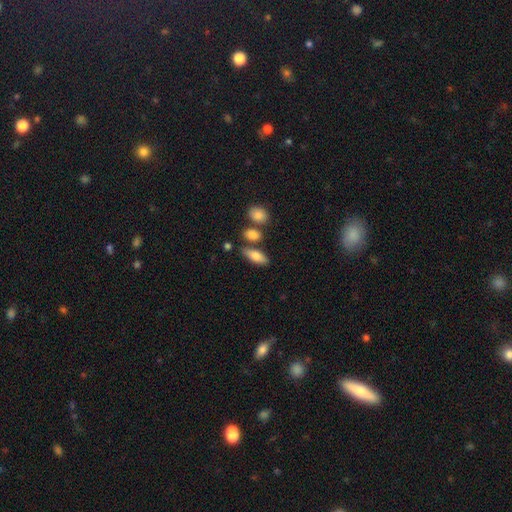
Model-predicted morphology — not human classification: A smooth galaxy with no disk features (77%) that is in between round and cigar-shaped (76%).

Vote fractions:
- Smooth or featured? smooth: 77% / featured or disk: 16% / star or artifact: 7%
- How rounded? in between: 76% / cigar-shaped: 21% / round: 4%
- Merging? none: 71% / minor disturbance: 13% / merger: 13% / major disturbance: 4%